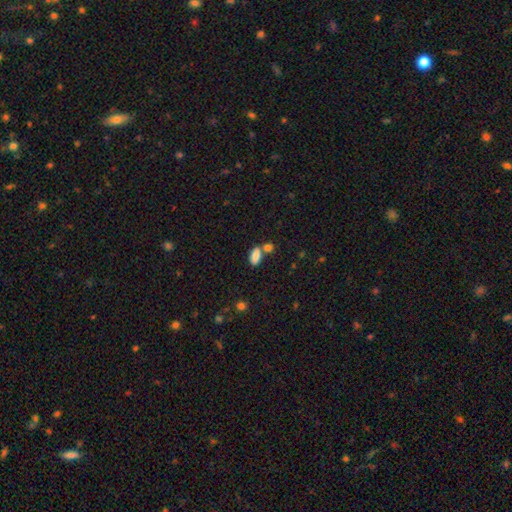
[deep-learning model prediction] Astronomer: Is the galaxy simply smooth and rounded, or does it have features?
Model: smooth — 85%.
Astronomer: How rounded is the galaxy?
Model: in between — 86%.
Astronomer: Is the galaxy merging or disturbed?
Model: none — 51% (runner-up: merger, 34%).